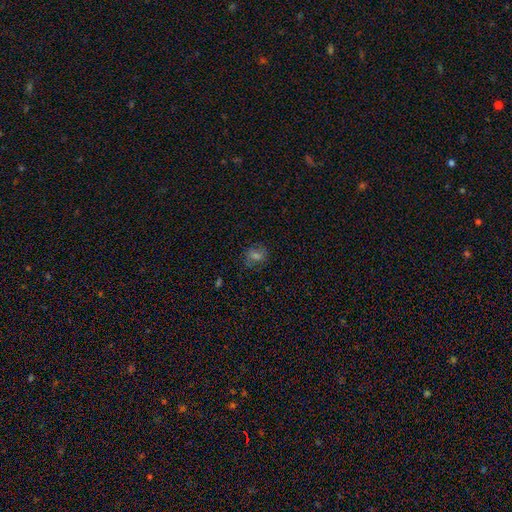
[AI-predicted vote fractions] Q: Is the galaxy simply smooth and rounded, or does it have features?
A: smooth — 50%.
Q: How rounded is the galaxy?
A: round — 61%.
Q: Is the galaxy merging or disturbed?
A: none — 77%.